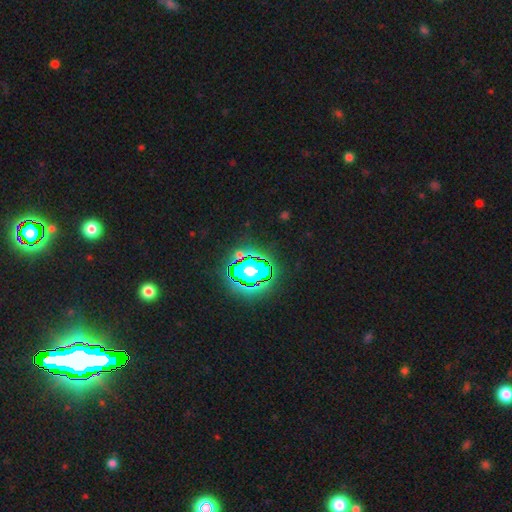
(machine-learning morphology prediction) The model was most divided on "smooth or featured": star or artifact: 83%, smooth: 10%, featured or disk: 7%.